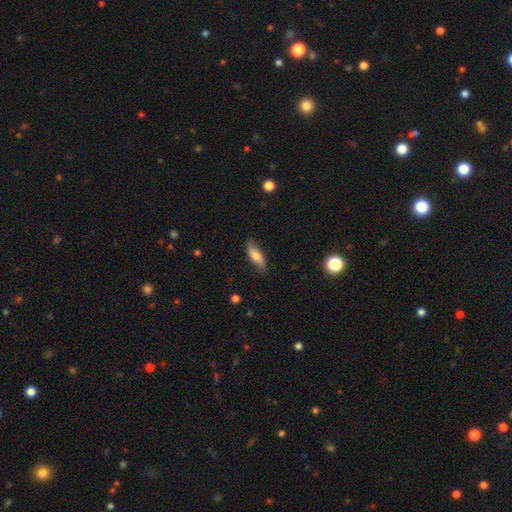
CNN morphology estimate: A smooth galaxy with no disk features (73%) that is in between round and cigar-shaped (62%). Merging: none (81%).